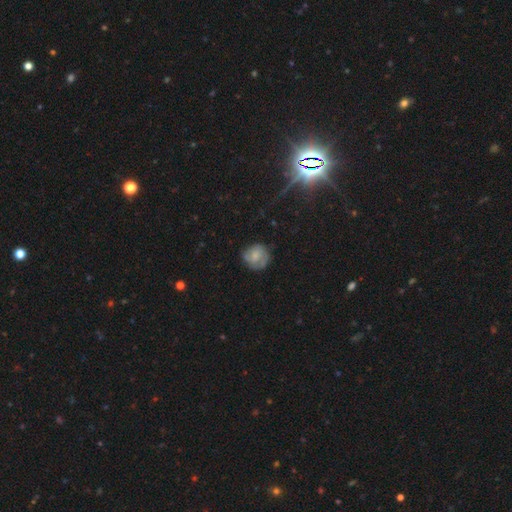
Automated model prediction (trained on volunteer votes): This is possibly a smooth galaxy (58%). How rounded: clearly round (86%). Merging: likely none (67%).